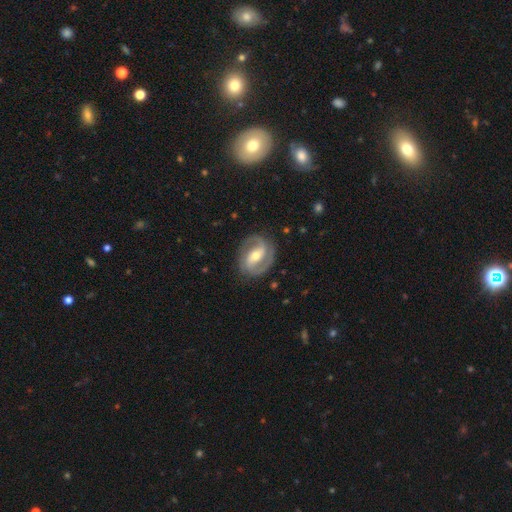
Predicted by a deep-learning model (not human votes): smooth_or_featured: featured or disk (p=0.88) [alt: smooth p=0.08]
disk_edge_on: no (p=0.97) [alt: yes p=0.03]
bar: strong (p=0.49) [alt: weak p=0.36]
has_spiral_arms: yes (p=0.95) [alt: no p=0.05]
spiral_winding: medium (p=0.49) [alt: tight p=0.38]
spiral_arm_count: 2 (p=0.90) [alt: can't tell p=0.03]
bulge_size: moderate (p=0.62) [alt: small p=0.32]
merging: none (p=0.83) [alt: minor disturbance p=0.12]